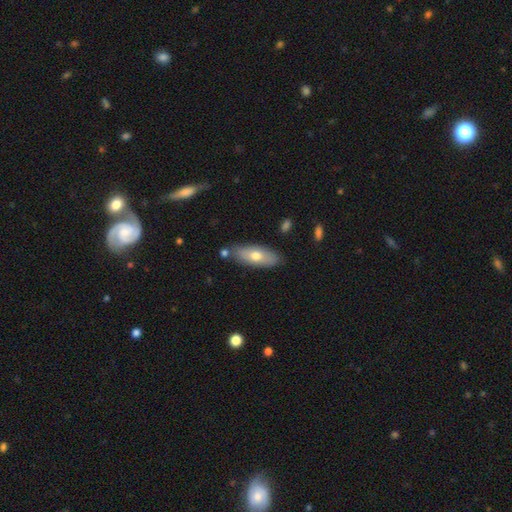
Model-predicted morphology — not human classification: smooth 64%, featured or disk 30%, star or artifact 6%. Down the decision tree: how rounded — in between (70%); merging — none (79%).